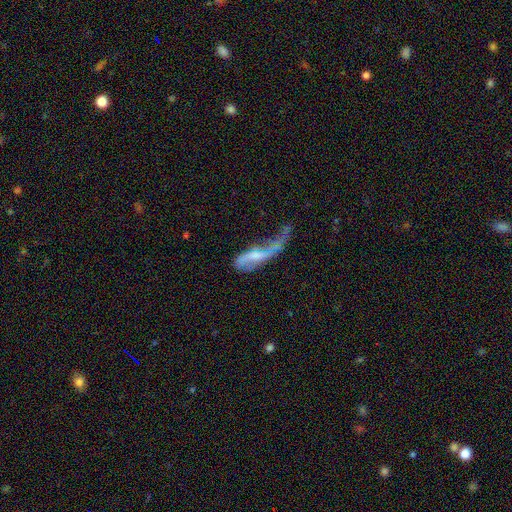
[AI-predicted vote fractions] A featured or disk galaxy (66%) with no bar (42%), spiral arms (75%) and a small central bulge (45%).

Vote fractions:
- Smooth or featured? featured or disk: 66% / smooth: 26% / star or artifact: 8%
- Edge-on disk? no: 84% / yes: 16%
- Bar? no: 42% / weak: 39% / strong: 19%
- Spiral arms? yes: 75% / no: 25%
- Bulge size? small: 45% / moderate: 30% / none: 21% / large: 3% / dominant: 1%
- Merging? major disturbance: 46% / minor disturbance: 22% / none: 20% / merger: 12%